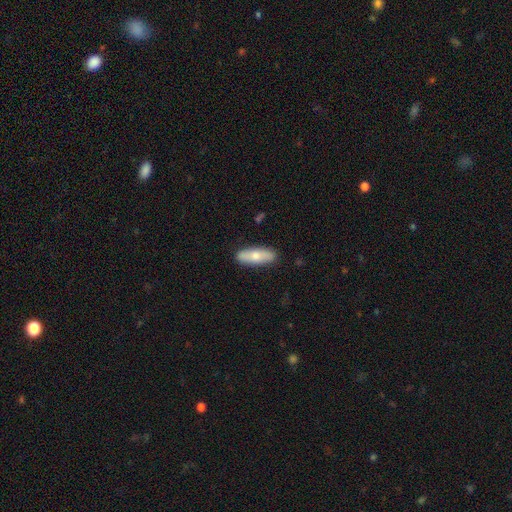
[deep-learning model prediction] Q: Smooth or featured?
A: smooth (69%); runner-up: featured or disk (26%)
Q: How rounded?
A: in between (62%); runner-up: cigar-shaped (36%)
Q: Merging?
A: none (87%); runner-up: minor disturbance (9%)